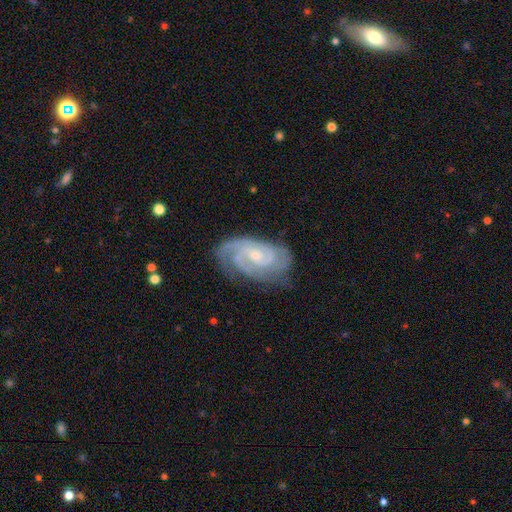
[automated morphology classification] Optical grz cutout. It shows a featured or disk galaxy (89%) with no bar (54%), 2 (38%) tight (62%) spiral arms (98%) and a small central bulge (56%). Merging: none (73%).